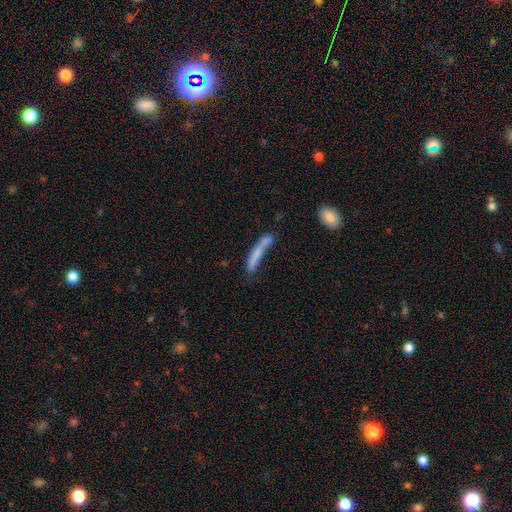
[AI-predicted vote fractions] Smooth or featured? smooth (69%)
How rounded? cigar-shaped (90%)
Merging? none (43%)